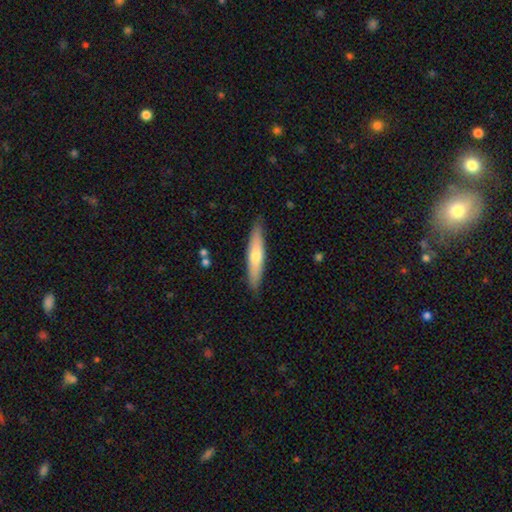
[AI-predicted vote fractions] Overall: smooth (55%; featured or disk 39%). How rounded: cigar-shaped (86%). Merging: none (88%).